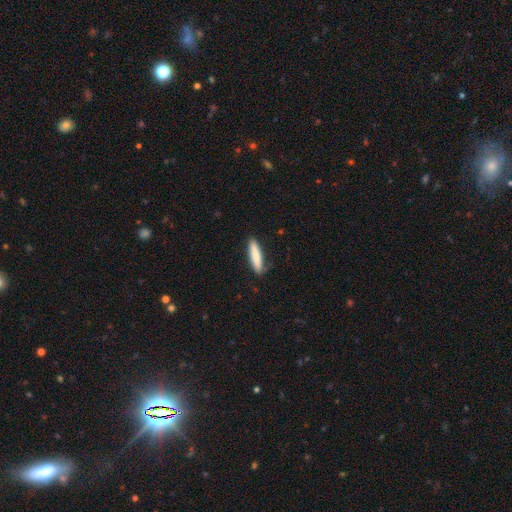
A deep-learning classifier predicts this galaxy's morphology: smooth 81%, featured or disk 13%, star or artifact 6%. Down the decision tree: how rounded — cigar-shaped (83%); merging — none (83%).